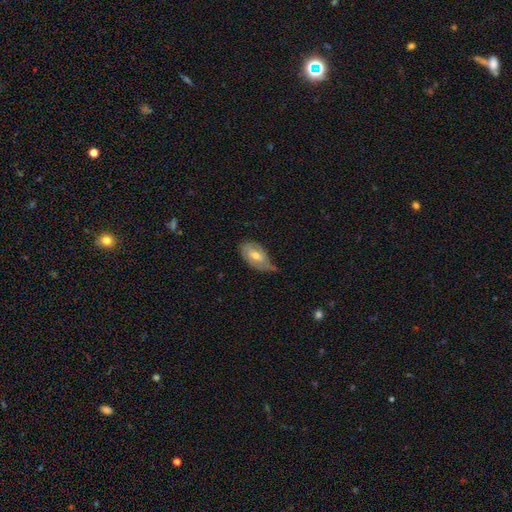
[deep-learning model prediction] Q: Smooth or featured?
A: featured or disk (47%); runner-up: smooth (46%)
Q: Merging?
A: none (44%); runner-up: minor disturbance (39%)